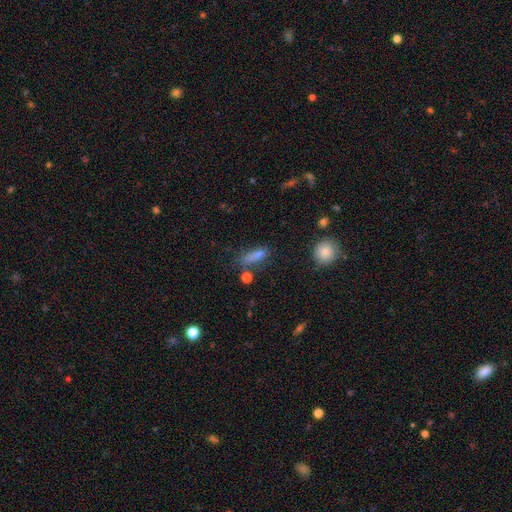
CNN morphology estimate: Smooth or featured?
  - smooth: 77% *
  - star or artifact: 12%
  - featured or disk: 11%
How rounded?
  - in between: 52% *
  - cigar-shaped: 43%
  - round: 5%
Merging?
  - none: 53% *
  - minor disturbance: 24%
  - major disturbance: 13%
  - merger: 11%